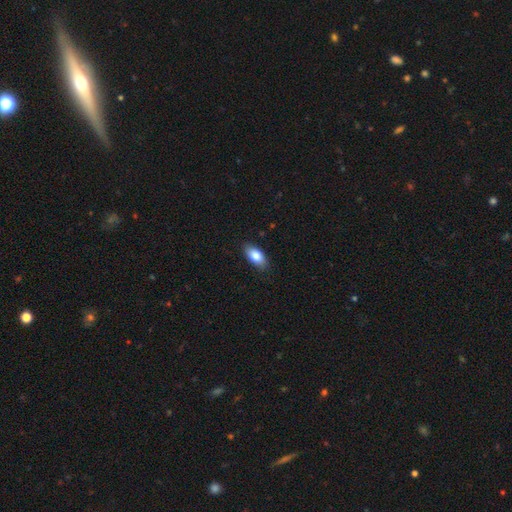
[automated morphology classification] smooth_or_featured: smooth (p=0.83) [alt: featured or disk p=0.11]
how_rounded: in between (p=0.90) [alt: cigar-shaped p=0.07]
merging: none (p=0.87) [alt: minor disturbance p=0.10]